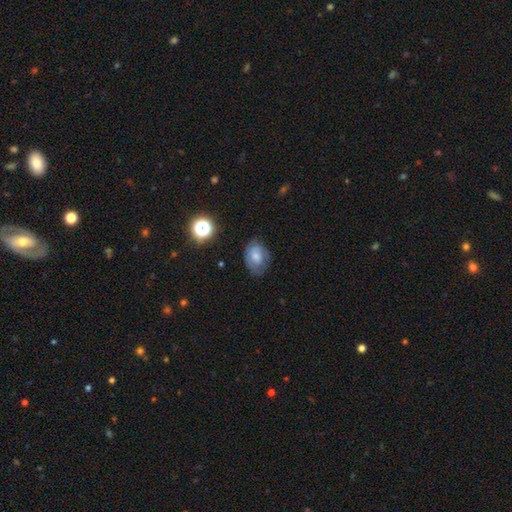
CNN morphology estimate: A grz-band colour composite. It shows a smooth galaxy with no disk features (58%) that is in between round and cigar-shaped (69%). Merging: none (64%).